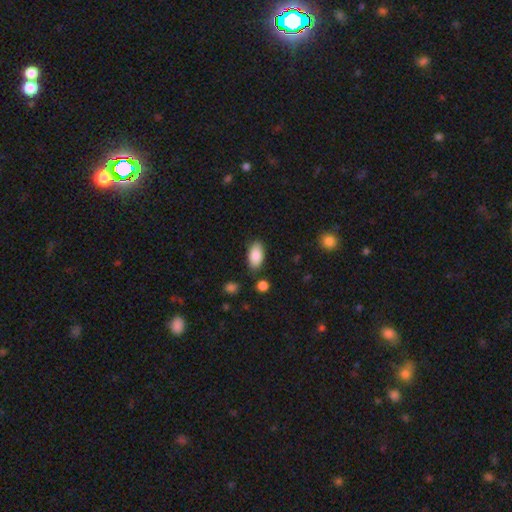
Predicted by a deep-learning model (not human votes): This appears to be a smooth galaxy with no disk features (87%) that is in between round and cigar-shaped (94%). Merging: none (81%).